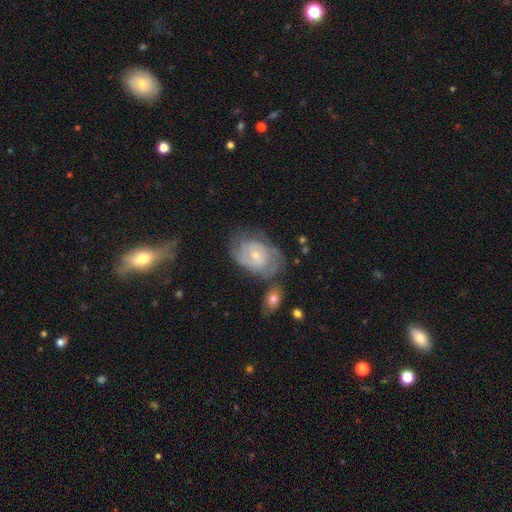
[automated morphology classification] Smooth or featured?
  - featured or disk: 69% *
  - smooth: 25%
  - star or artifact: 7%
Edge-on disk?
  - no: 96% *
  - yes: 4%
Bar?
  - no: 71% *
  - weak: 26%
  - strong: 4%
Spiral arms?
  - yes: 85% *
  - no: 15%
Spiral winding?
  - tight: 57% *
  - medium: 32%
  - loose: 11%
Spiral arm count?
  - can't tell: 40% *
  - 2: 38%
  - 3: 10%
  - 1: 5%
  - 4: 4%
  - more than 4: 3%
Bulge size?
  - small: 60% *
  - moderate: 34%
  - none: 3%
  - large: 2%
  - dominant: 1%
Merging?
  - none: 56% *
  - minor disturbance: 24%
  - major disturbance: 12%
  - merger: 8%